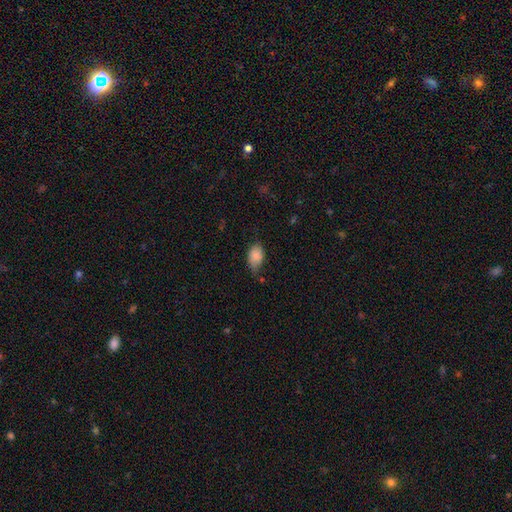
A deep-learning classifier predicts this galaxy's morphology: Overall: smooth (85%). How rounded: in between (87%). Merging: none (46%; minor disturbance 41%).